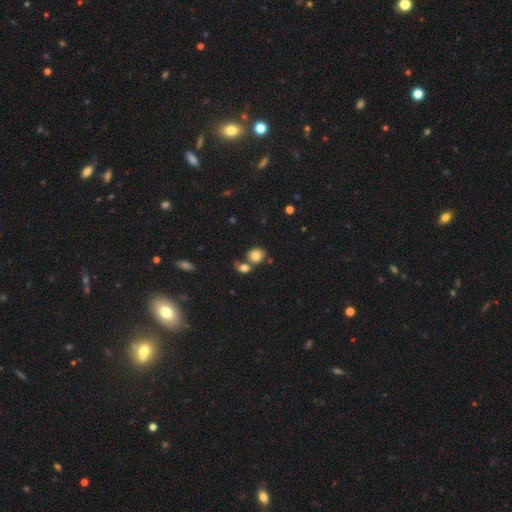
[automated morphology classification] Overall: smooth (80%). How rounded: round (73%). Merging: none (56%; merger 29%).